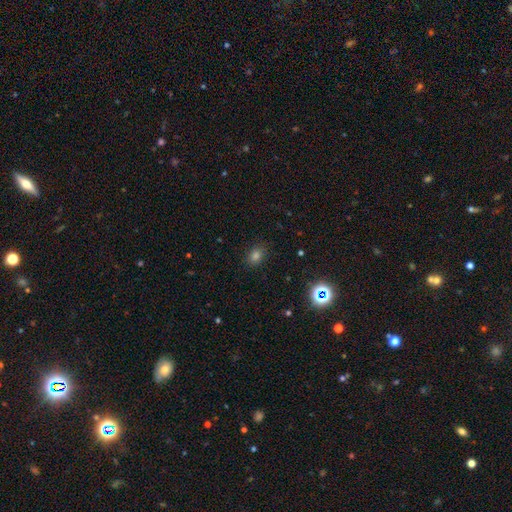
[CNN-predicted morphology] smooth-or-featured: smooth: 73% | star or artifact: 21% | featured or disk: 6%
  how-rounded: in between: 56% | round: 43% | cigar-shaped: 1%
  merging: none: 87% | minor disturbance: 9% | major disturbance: 3% | merger: 1%